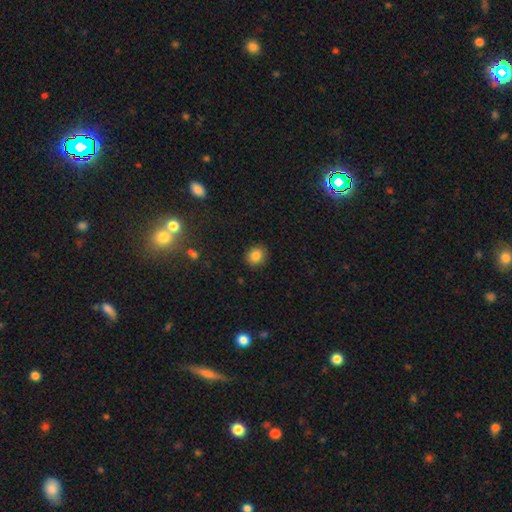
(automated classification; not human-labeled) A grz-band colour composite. It shows a smooth galaxy with no disk features (84%) that is round (72%). Merging: none (89%).